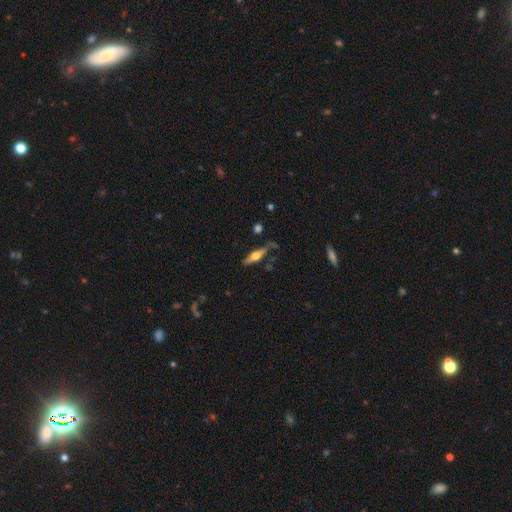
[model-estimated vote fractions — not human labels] featured or disk 53%, smooth 40%, star or artifact 7%. Down the decision tree: edge-on disk — yes (91%); merging — none (71%).